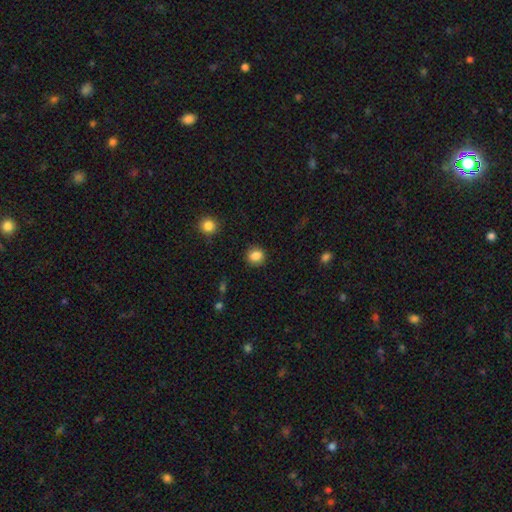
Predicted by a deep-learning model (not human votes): A smooth galaxy with no disk features (85%) that is round (86%).

Vote fractions:
- Smooth or featured? smooth: 85% / star or artifact: 10% / featured or disk: 5%
- How rounded? round: 86% / in between: 13% / cigar-shaped: 1%
- Merging? none: 90% / minor disturbance: 6% / major disturbance: 2% / merger: 1%